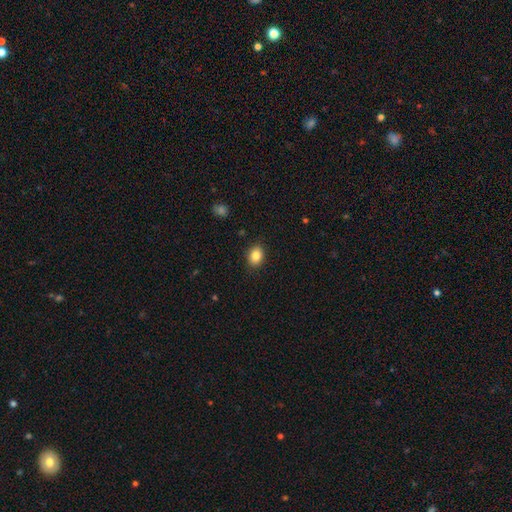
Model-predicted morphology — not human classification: Smooth or featured? smooth (85%)
How rounded? in between (64%)
Merging? none (88%)